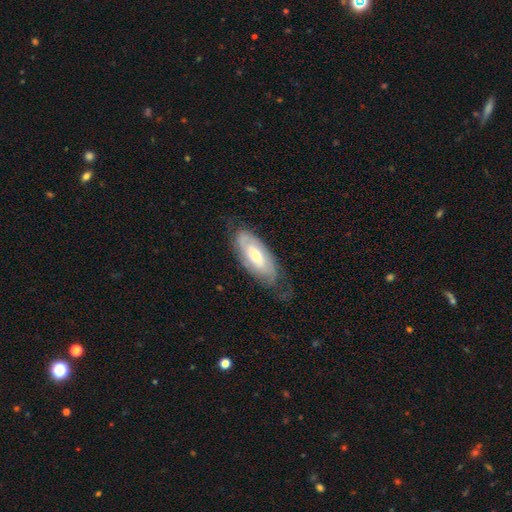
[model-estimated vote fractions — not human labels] Smooth or featured? Predicted: featured or disk (p=0.60). Edge-on disk? Predicted: no (p=0.85). Bar? Predicted: no (p=0.59). Spiral arms? Predicted: yes (p=0.74). Bulge size? Predicted: moderate (p=0.62). Merging? Predicted: none (p=0.61).